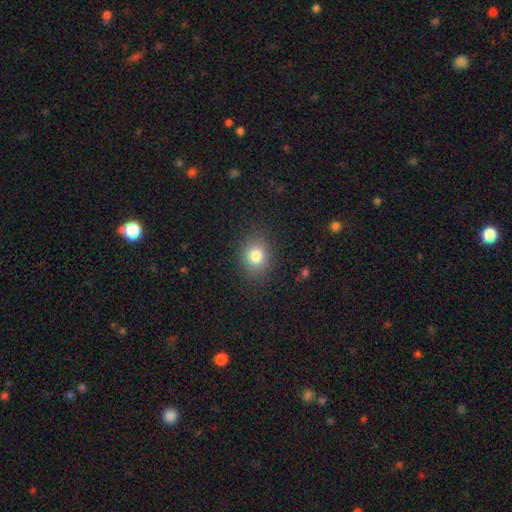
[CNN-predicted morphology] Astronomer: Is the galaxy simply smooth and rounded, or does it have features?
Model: smooth — 81%.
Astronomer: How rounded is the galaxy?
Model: round — 62%.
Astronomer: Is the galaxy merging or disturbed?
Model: none — 87%.